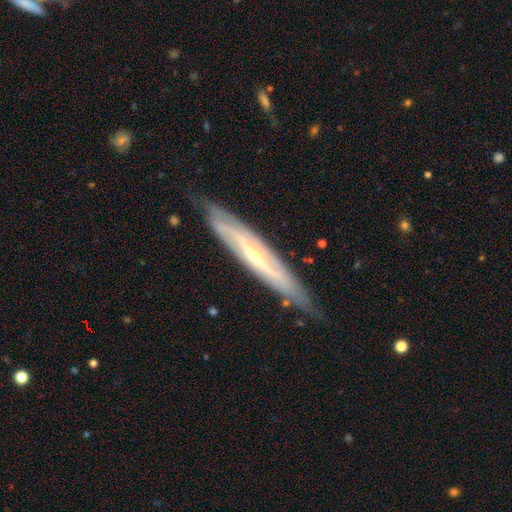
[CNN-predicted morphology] smooth-or-featured: featured or disk: 79% | smooth: 15% | star or artifact: 6%
  disk-edge-on: yes: 57% | no: 43%
  merging: none: 79% | minor disturbance: 17% | major disturbance: 3% | merger: 1%